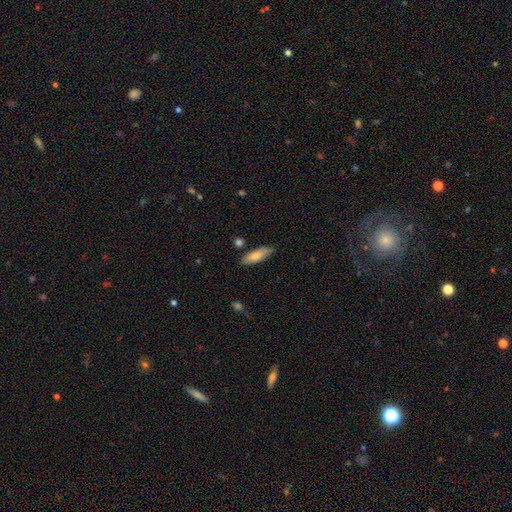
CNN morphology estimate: Smooth or featured? Predicted: smooth (p=0.76). How rounded? Predicted: in between (p=0.58). Merging? Predicted: none (p=0.81).